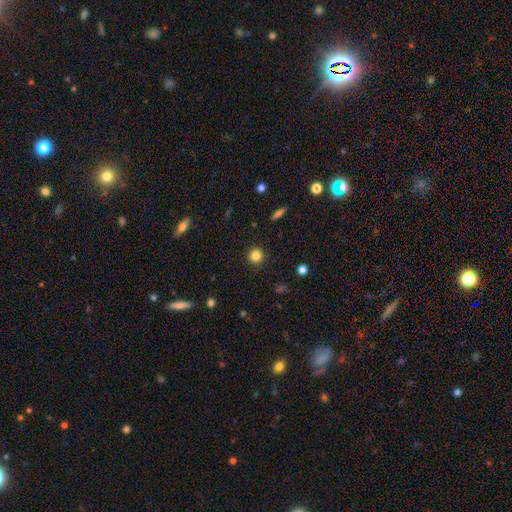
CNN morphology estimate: Smooth or featured? Predicted: smooth (p=0.83). How rounded? Predicted: round (p=0.94). Merging? Predicted: none (p=0.91).